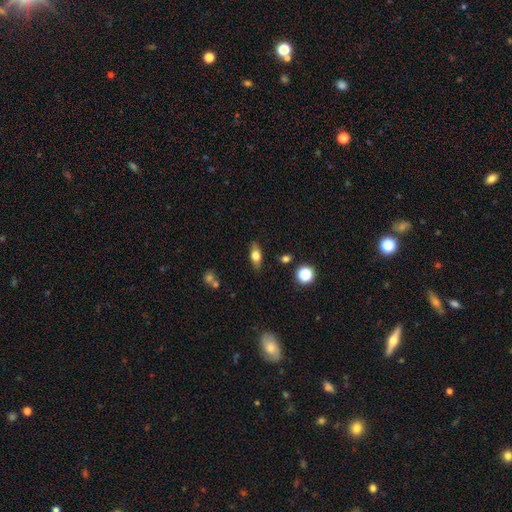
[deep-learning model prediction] This is likely a smooth galaxy (69%). How rounded: clearly in between (80%). Merging: clearly none (83%).